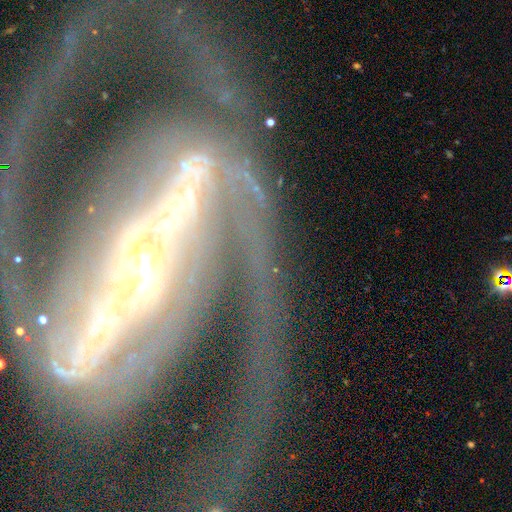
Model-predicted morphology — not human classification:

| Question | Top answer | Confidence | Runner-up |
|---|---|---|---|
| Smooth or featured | featured or disk | 86% | star or artifact (8%) |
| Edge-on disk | no | 92% | yes (8%) |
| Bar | strong | 50% | weak (28%) |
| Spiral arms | yes | 88% | no (12%) |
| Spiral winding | medium | 38% | loose (36%) |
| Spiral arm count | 2 | 53% | can't tell (16%) |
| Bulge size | moderate | 46% | small (40%) |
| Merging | none | 38% | major disturbance (35%) |